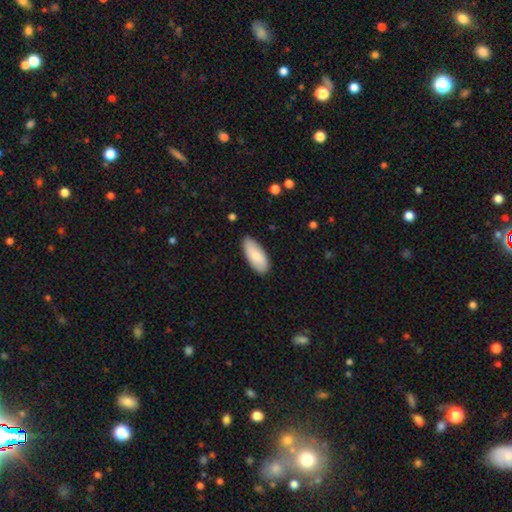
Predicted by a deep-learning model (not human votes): smooth 82%, featured or disk 13%, star or artifact 5%. Down the decision tree: how rounded — in between (87%); merging — none (85%).